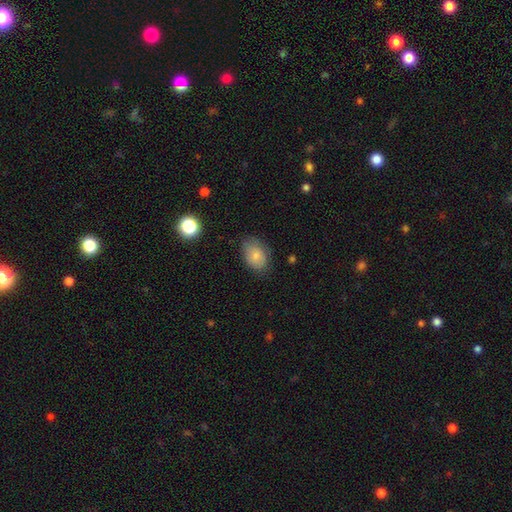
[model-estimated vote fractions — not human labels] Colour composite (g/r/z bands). It shows a smooth galaxy with no disk features (79%) that is in between round and cigar-shaped (82%). Merging: none (72%).